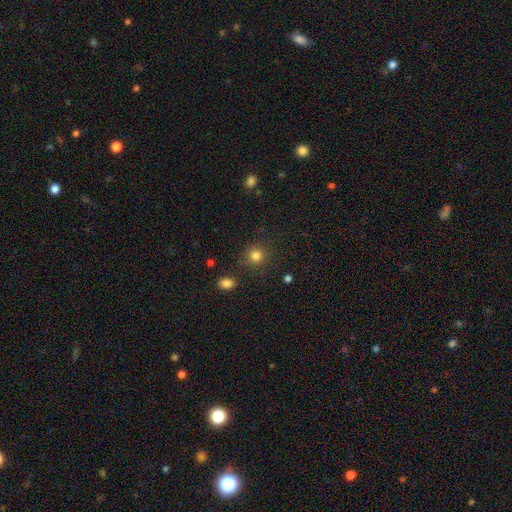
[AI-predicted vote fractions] A smooth galaxy with no disk features (83%) that is round (89%). Merging: none (85%).